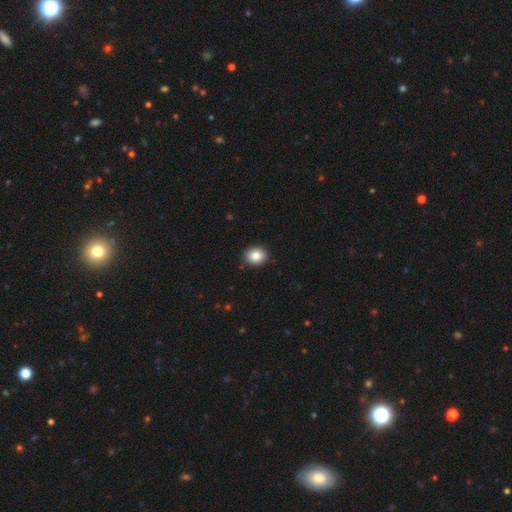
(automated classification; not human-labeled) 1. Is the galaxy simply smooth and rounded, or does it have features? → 86% smooth, 9% star or artifact, 5% featured or disk.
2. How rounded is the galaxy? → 57% round, 42% in between, 1% cigar-shaped.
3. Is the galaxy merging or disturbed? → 90% none, 8% minor disturbance, 2% major disturbance, 1% merger.